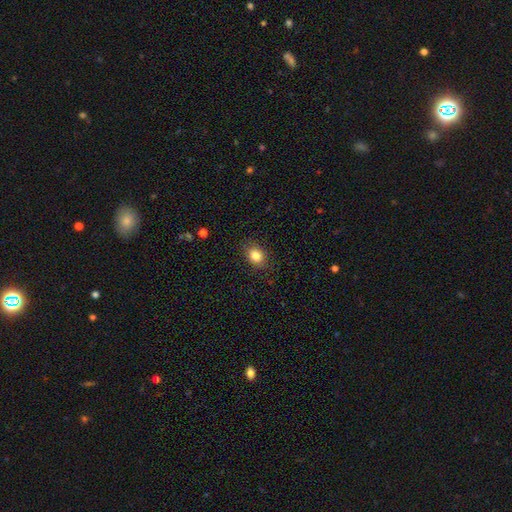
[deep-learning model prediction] smooth 83%, star or artifact 10%, featured or disk 7%. Down the decision tree: how rounded — in between (57%); merging — none (85%).